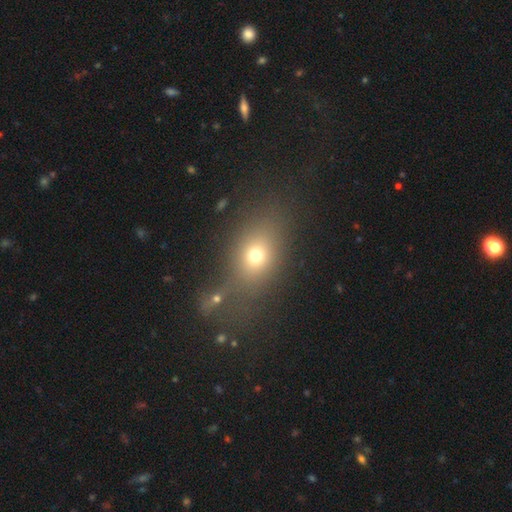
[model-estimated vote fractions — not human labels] smooth 69%, star or artifact 17%, featured or disk 15%. Down the decision tree: how rounded — in between (58%); merging — none (52%).